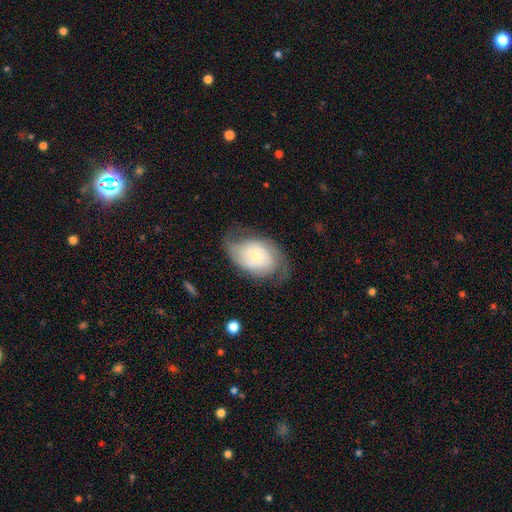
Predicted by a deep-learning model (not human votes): A featured or disk galaxy (67%) with no bar (75%), 2 (66%) tight (44%) spiral arms (88%) and a small central bulge (69%). Merging: none (63%).